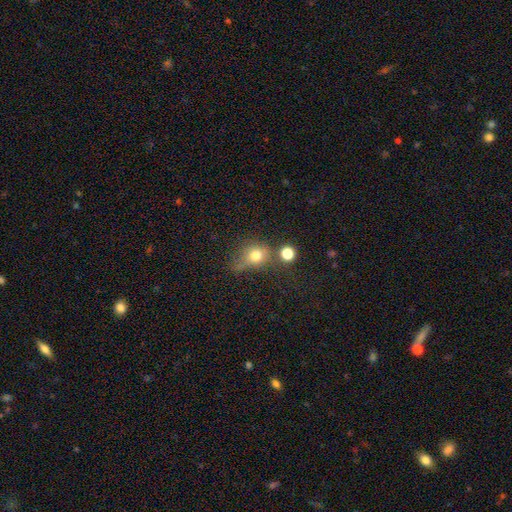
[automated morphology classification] Q: Smooth or featured?
A: smooth (71%); runner-up: star or artifact (15%)
Q: How rounded?
A: round (59%); runner-up: in between (38%)
Q: Merging?
A: none (41%); runner-up: minor disturbance (24%)